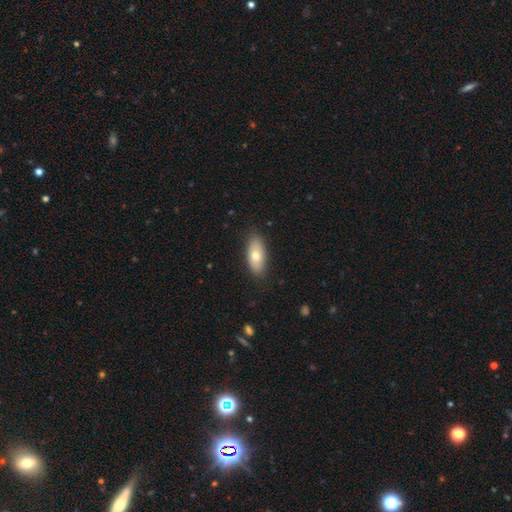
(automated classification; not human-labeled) Smooth or featured? Predicted: smooth (p=0.70). How rounded? Predicted: in between (p=0.86). Merging? Predicted: none (p=0.86).